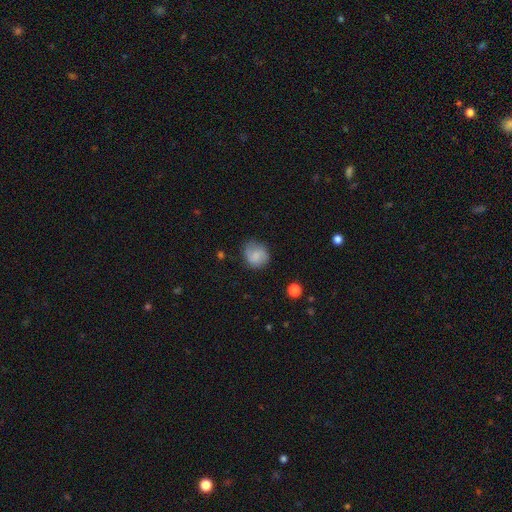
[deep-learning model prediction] A smooth galaxy with no disk features (72%) that is round (80%).

Vote fractions:
- Smooth or featured? smooth: 72% / featured or disk: 20% / star or artifact: 9%
- How rounded? round: 80% / in between: 19% / cigar-shaped: 1%
- Merging? none: 67% / minor disturbance: 23% / major disturbance: 8% / merger: 2%